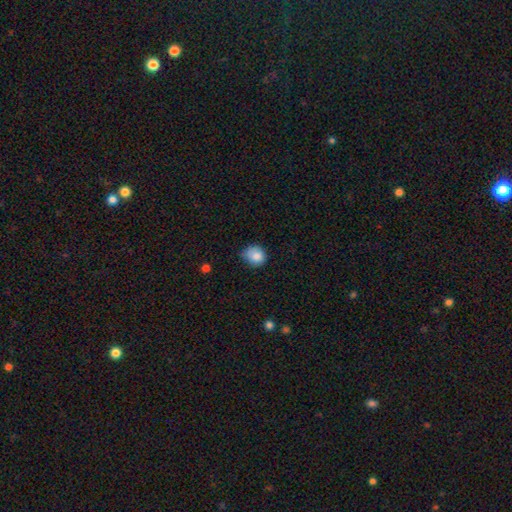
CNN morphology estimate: This appears to be a smooth galaxy with no disk features (84%) that is round (69%). Merging: none (53%).